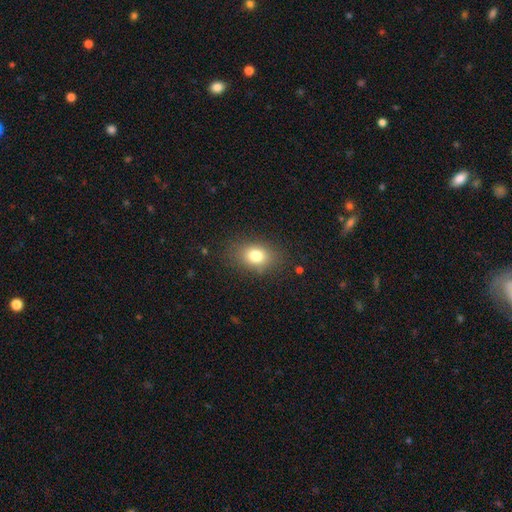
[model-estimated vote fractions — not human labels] This appears to be a smooth galaxy with no disk features (79%) that is in between round and cigar-shaped (71%). Merging: none (82%).